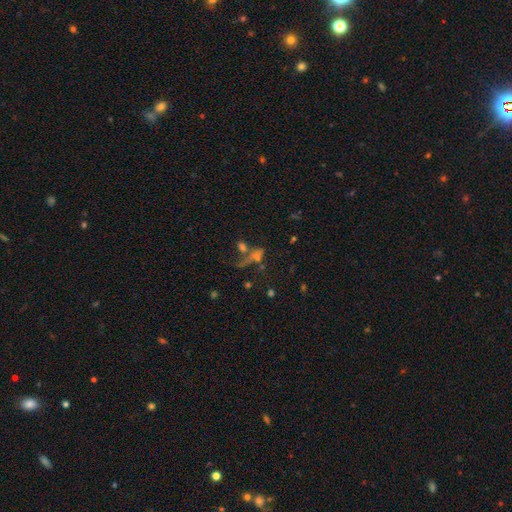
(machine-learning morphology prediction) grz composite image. It shows a smooth galaxy with no disk features (38%). Merging: none (37%).